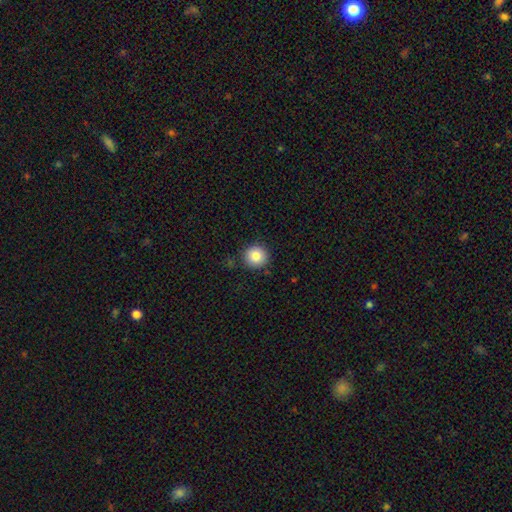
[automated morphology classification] The model was most divided on "smooth or featured": smooth: 84%, star or artifact: 9%, featured or disk: 7%. More confident: how rounded — round (94%); merging — none (88%).